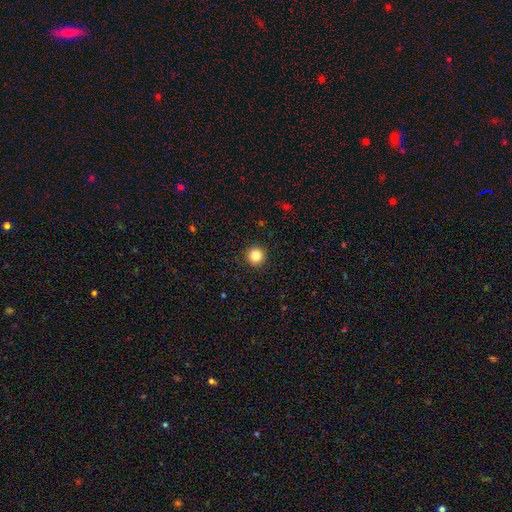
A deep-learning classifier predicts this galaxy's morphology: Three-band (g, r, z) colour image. It shows a smooth galaxy with no disk features (86%) that is round (95%). Merging: none (93%).